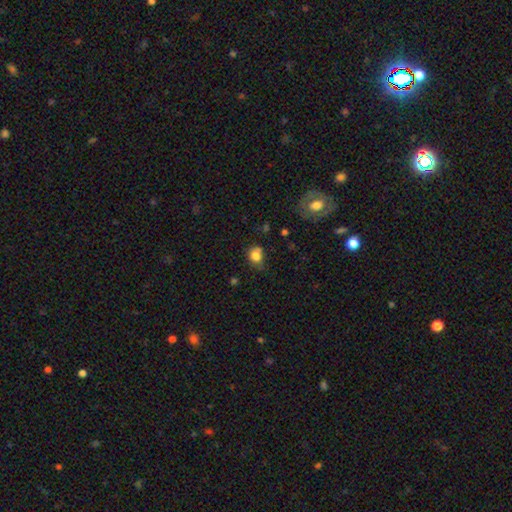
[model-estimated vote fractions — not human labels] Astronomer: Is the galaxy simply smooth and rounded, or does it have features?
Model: smooth — 80%.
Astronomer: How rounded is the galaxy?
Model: round — 63%.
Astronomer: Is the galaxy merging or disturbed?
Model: none — 48% (runner-up: minor disturbance, 32%).